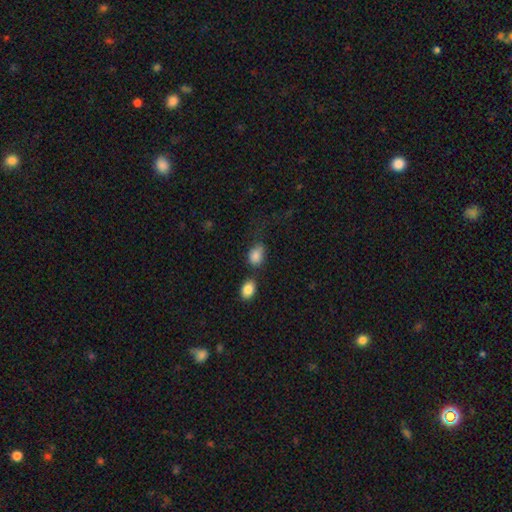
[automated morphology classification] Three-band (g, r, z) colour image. It shows a smooth galaxy with no disk features (84%) that is in between round and cigar-shaped (71%). Merging: none (45%).